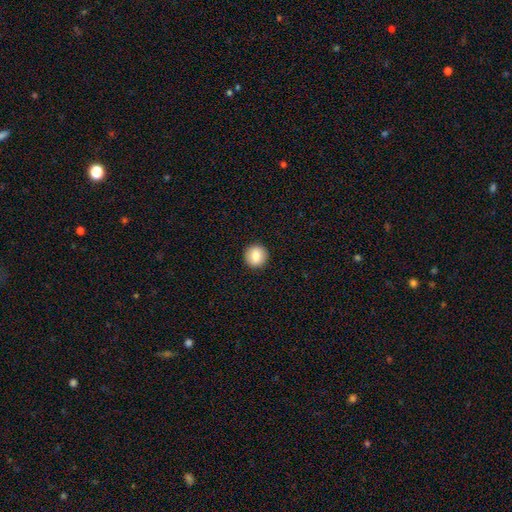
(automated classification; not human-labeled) Smooth or featured? smooth (83%)
How rounded? round (93%)
Merging? none (93%)